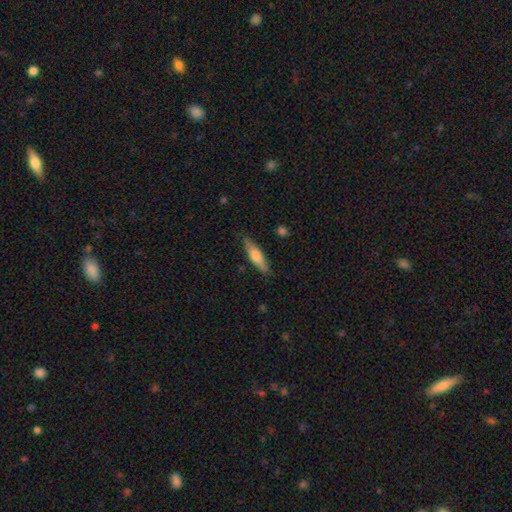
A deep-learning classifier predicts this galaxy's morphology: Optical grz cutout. It shows a smooth galaxy with no disk features (66%) that is cigar-shaped (75%). Merging: none (83%).